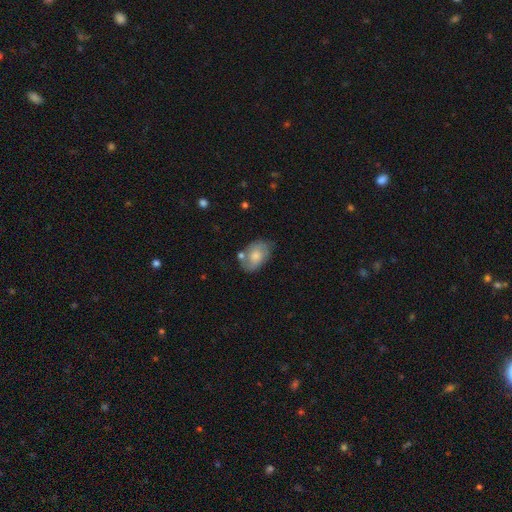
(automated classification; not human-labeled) This appears to be a smooth galaxy with no disk features (64%) that is in between round and cigar-shaped (85%). Merging: none (57%).